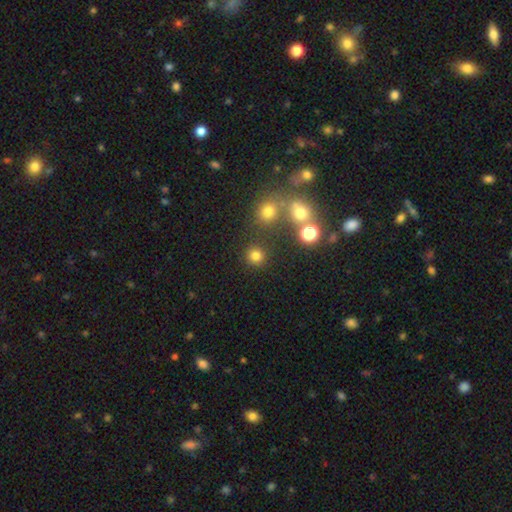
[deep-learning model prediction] Smooth or featured? Predicted: smooth (p=0.77). How rounded? Predicted: round (p=0.92). Merging? Predicted: none (p=0.84).